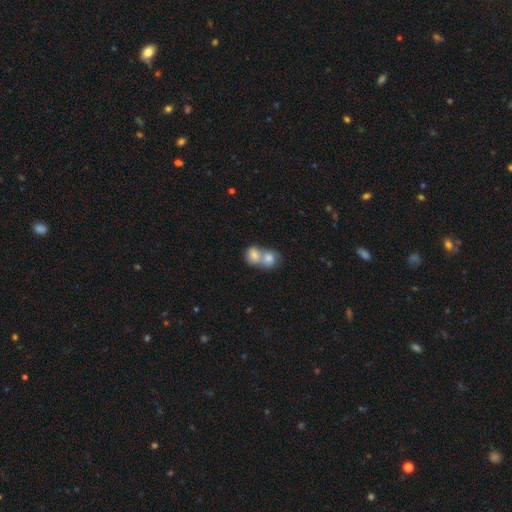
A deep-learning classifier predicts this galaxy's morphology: This appears to be a smooth galaxy with no disk features (77%) that is round (64%). Merging: merger (74%).